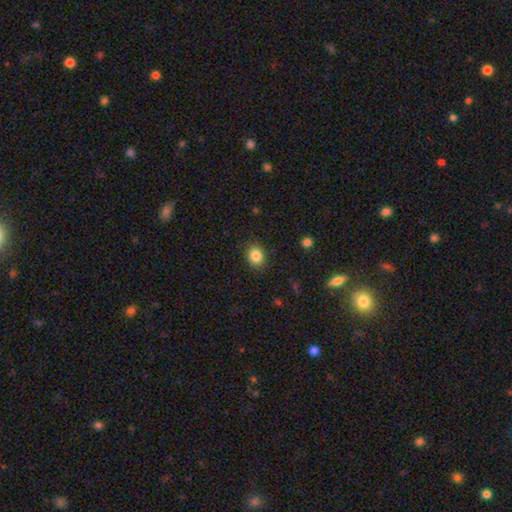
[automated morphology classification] This appears to be a smooth galaxy with no disk features (85%) that is round (55%). Merging: none (88%).